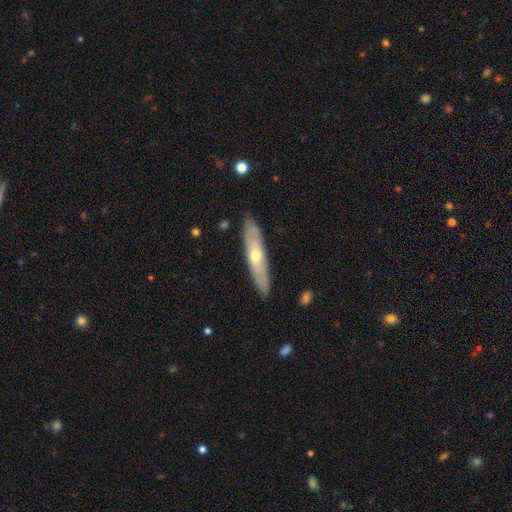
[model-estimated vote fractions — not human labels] smooth-or-featured: featured or disk: 55% | smooth: 40% | star or artifact: 5%
  disk-edge-on: yes: 63% | no: 37%
  merging: none: 86% | minor disturbance: 11% | major disturbance: 2% | merger: 1%